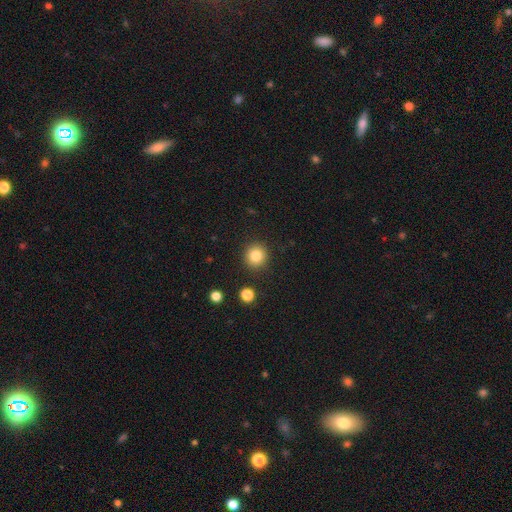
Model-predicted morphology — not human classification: A smooth galaxy with no disk features (83%) that is round (92%).

Vote fractions:
- Smooth or featured? smooth: 83% / star or artifact: 11% / featured or disk: 6%
- How rounded? round: 92% / in between: 7% / cigar-shaped: 1%
- Merging? none: 90% / minor disturbance: 6% / major disturbance: 2% / merger: 2%